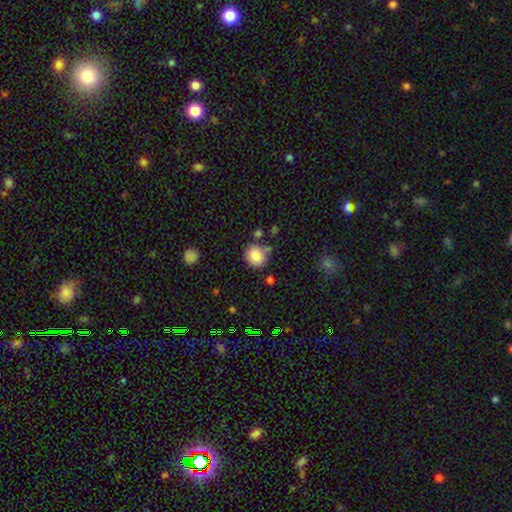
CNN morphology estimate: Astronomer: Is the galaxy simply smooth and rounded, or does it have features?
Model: smooth — 83%.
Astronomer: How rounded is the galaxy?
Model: round — 81%.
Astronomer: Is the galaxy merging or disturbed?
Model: none — 68%.